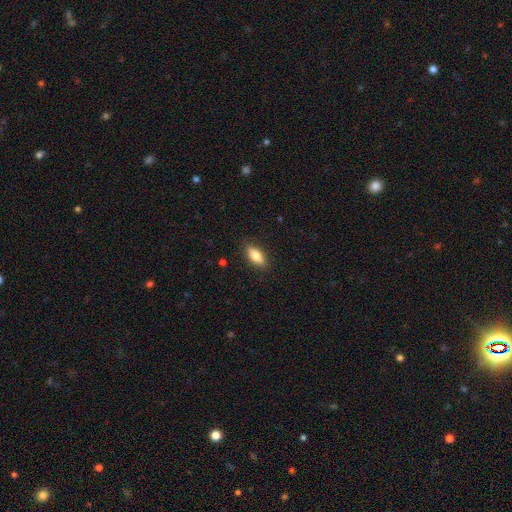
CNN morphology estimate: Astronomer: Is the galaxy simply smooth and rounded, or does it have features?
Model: smooth — 81%.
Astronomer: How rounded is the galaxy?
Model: in between — 81%.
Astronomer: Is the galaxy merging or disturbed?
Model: none — 86%.